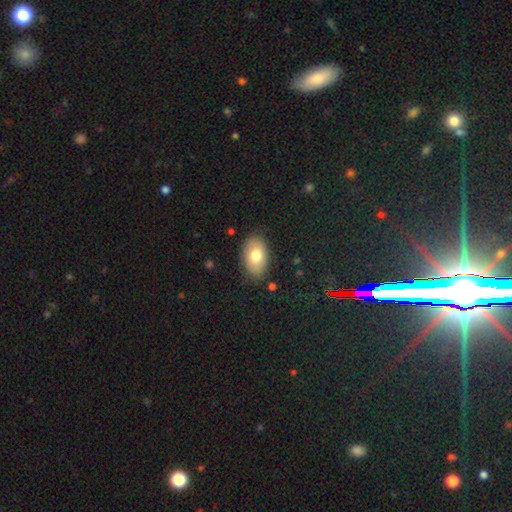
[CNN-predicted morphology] Q: Smooth or featured?
A: smooth (76%); runner-up: featured or disk (17%)
Q: How rounded?
A: in between (91%); runner-up: round (8%)
Q: Merging?
A: none (83%); runner-up: minor disturbance (13%)